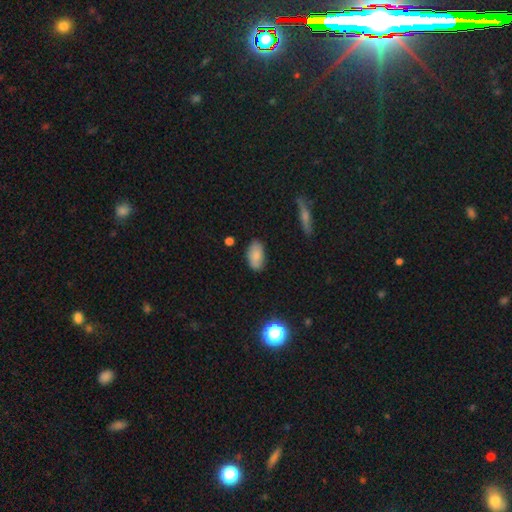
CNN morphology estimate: Smooth or featured?
  - smooth: 82% *
  - featured or disk: 9%
  - star or artifact: 8%
How rounded?
  - in between: 93% *
  - round: 4%
  - cigar-shaped: 3%
Merging?
  - none: 78% *
  - minor disturbance: 17%
  - major disturbance: 3%
  - merger: 2%